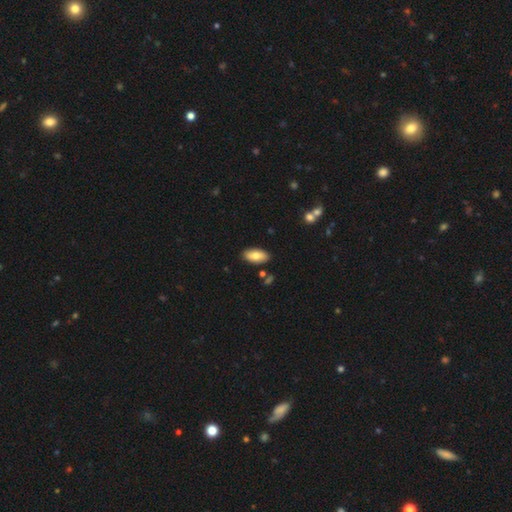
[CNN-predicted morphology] smooth 77%, featured or disk 16%, star or artifact 6%. Down the decision tree: how rounded — in between (92%); merging — none (87%).